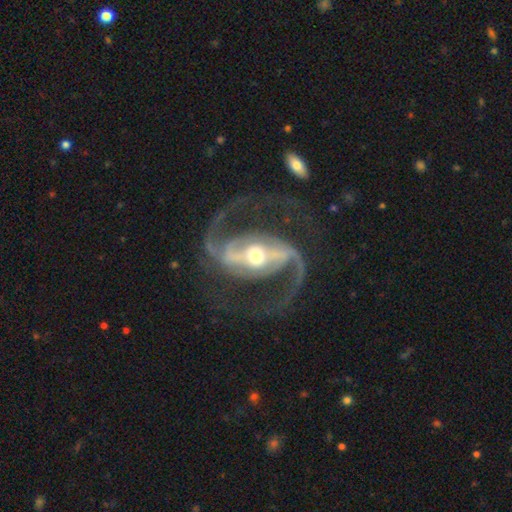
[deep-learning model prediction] Morphology: type=featured or disk (94%); edge-on=no (97%); bar=strong (60%); spiral arms=yes (98%); winding=medium (63%); arm count=2 (92%); bulge=moderate (64%); merging=none (77%).